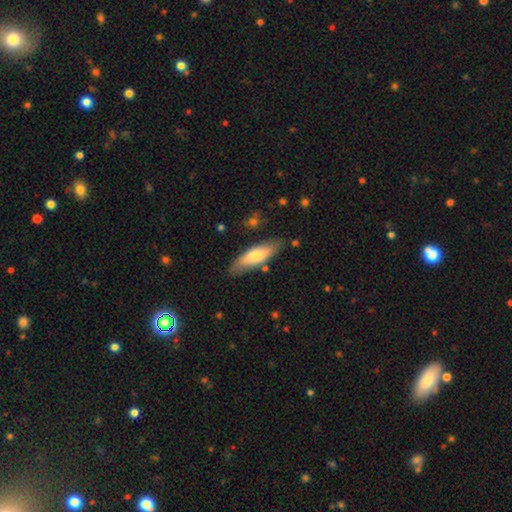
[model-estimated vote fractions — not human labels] The model was most divided on "how rounded": in between: 54%, cigar-shaped: 44%, round: 2%. More confident: merging — none (79%); smooth or featured — smooth (69%).